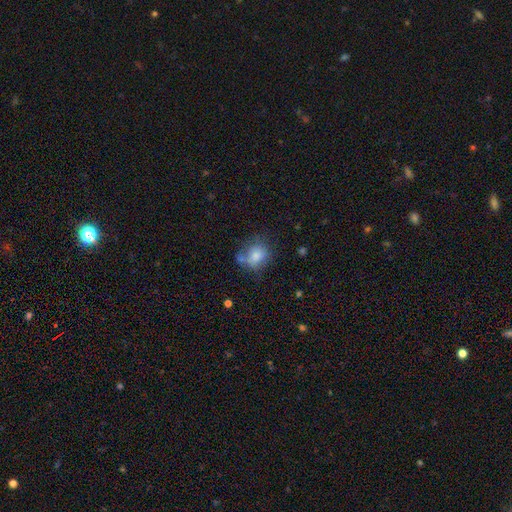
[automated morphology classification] Smooth or featured? Predicted: smooth (p=0.74). How rounded? Predicted: round (p=0.65). Merging? Predicted: none (p=0.54).